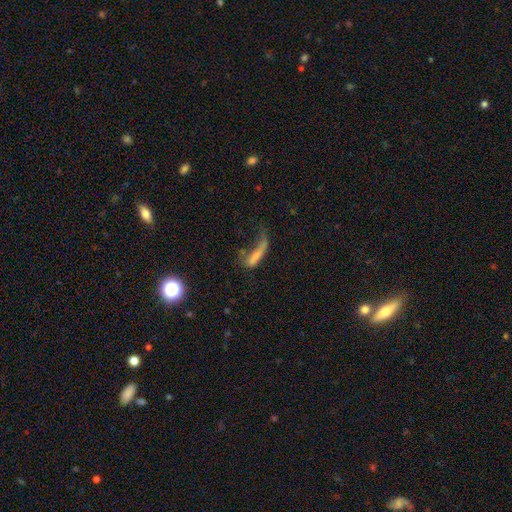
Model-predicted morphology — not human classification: Smooth or featured: smooth — 59% (featured or disk — 29%)
How rounded: cigar-shaped — 67% (in between — 29%)
Merging: major disturbance — 46% (none — 24%)